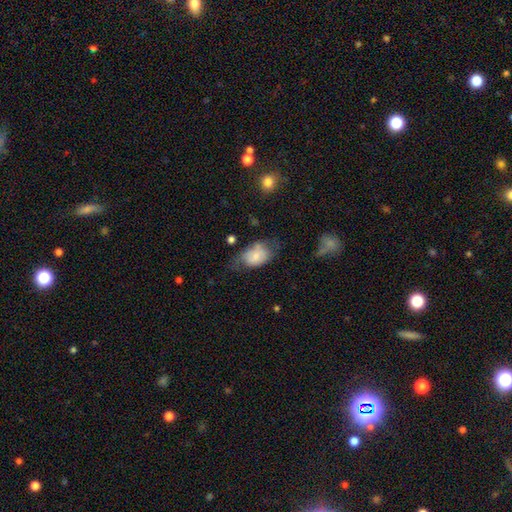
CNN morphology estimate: smooth_or_featured: smooth (p=0.69) [alt: featured or disk p=0.23]
how_rounded: in between (p=0.83) [alt: round p=0.16]
merging: none (p=0.36) [alt: minor disturbance p=0.35]